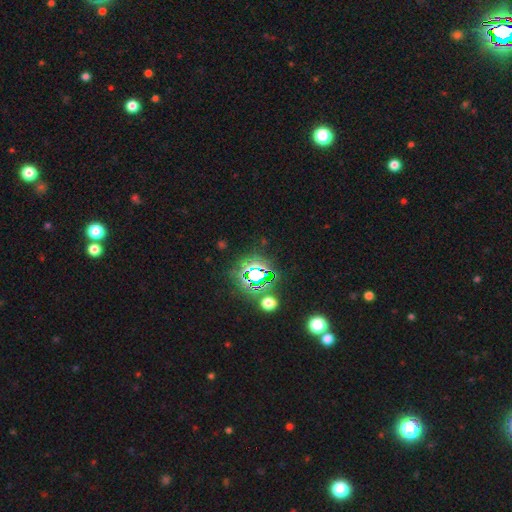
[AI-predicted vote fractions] smooth-or-featured: star or artifact: 78% | smooth: 14% | featured or disk: 8%